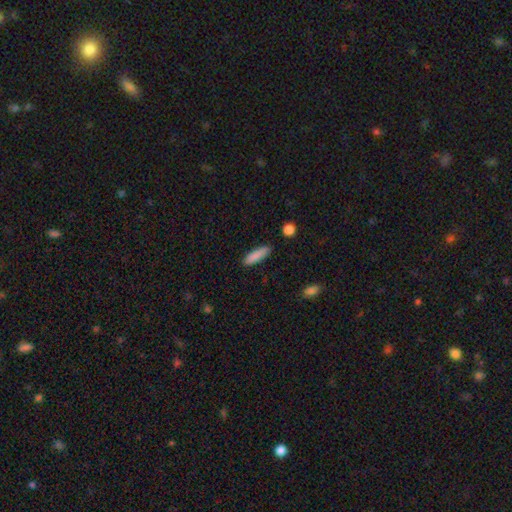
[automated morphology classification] Overall: smooth (87%). How rounded: cigar-shaped (67%; in between 32%). Merging: none (87%).